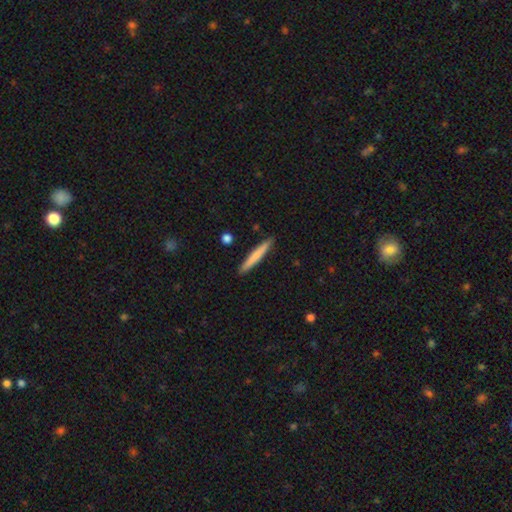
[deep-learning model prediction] Overall: smooth (72%). How rounded: cigar-shaped (96%). Merging: none (91%).